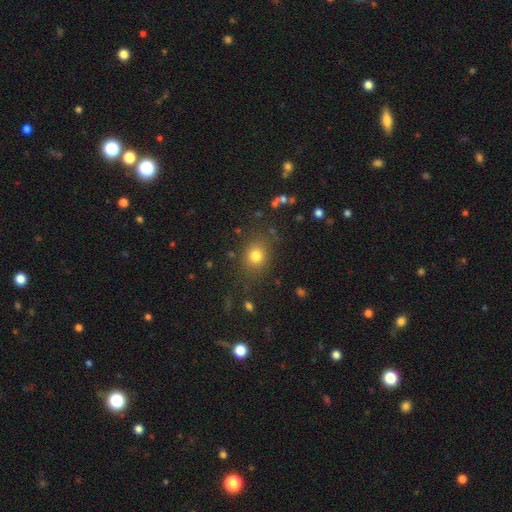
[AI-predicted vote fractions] smooth-or-featured: smooth: 78% | star or artifact: 14% | featured or disk: 8%
  how-rounded: round: 66% | in between: 33% | cigar-shaped: 1%
  merging: none: 80% | minor disturbance: 12% | major disturbance: 5% | merger: 3%